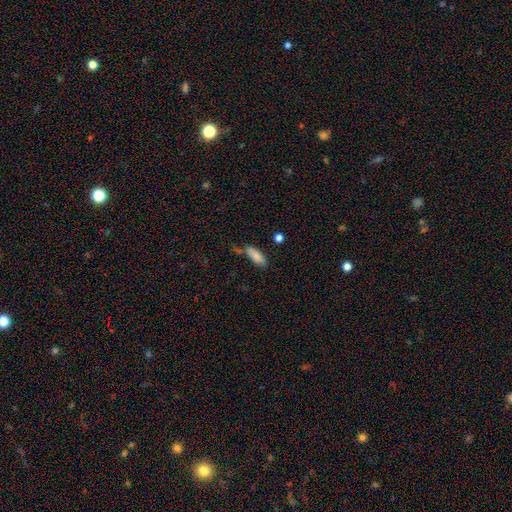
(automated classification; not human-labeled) Smooth or featured? Predicted: smooth (p=0.85). How rounded? Predicted: in between (p=0.64). Merging? Predicted: none (p=0.64).